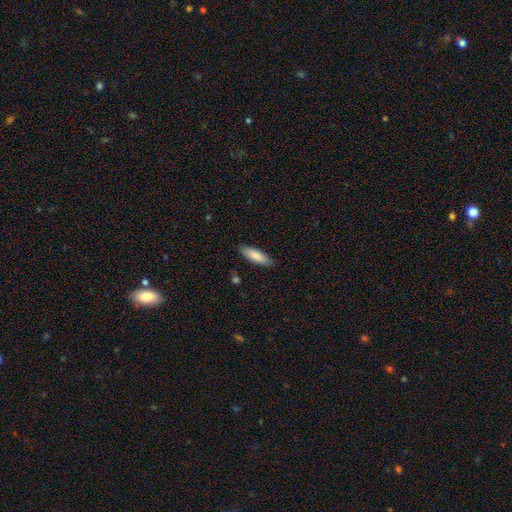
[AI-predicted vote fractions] Q: Smooth or featured?
A: smooth (85%); runner-up: featured or disk (10%)
Q: How rounded?
A: in between (55%); runner-up: cigar-shaped (43%)
Q: Merging?
A: none (87%); runner-up: minor disturbance (10%)